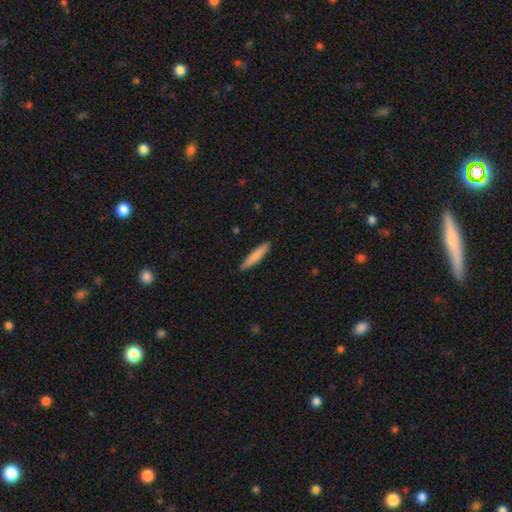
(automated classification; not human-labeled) Smooth or featured: smooth — 81% (featured or disk — 13%)
How rounded: cigar-shaped — 90% (in between — 9%)
Merging: none — 90% (minor disturbance — 8%)